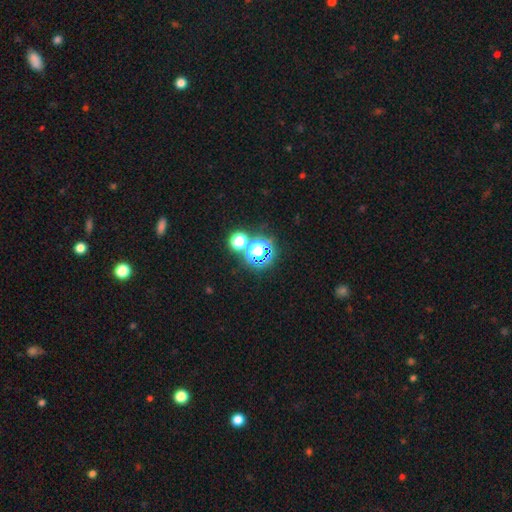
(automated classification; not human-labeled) The model was most divided on "smooth or featured": star or artifact: 67%, smooth: 25%, featured or disk: 8%.